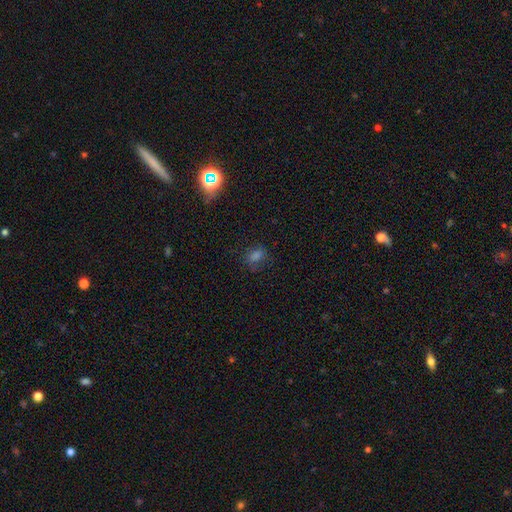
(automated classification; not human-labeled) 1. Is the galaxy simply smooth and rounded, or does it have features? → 53% smooth, 35% star or artifact, 11% featured or disk.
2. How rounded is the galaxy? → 62% in between, 34% round, 3% cigar-shaped.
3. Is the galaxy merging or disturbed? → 75% none, 16% minor disturbance, 7% major disturbance, 2% merger.